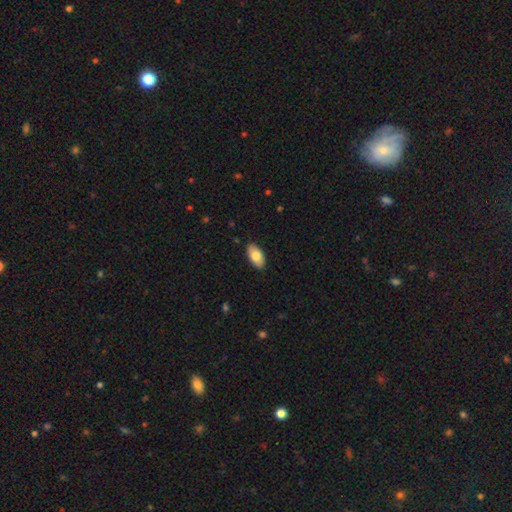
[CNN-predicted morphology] A smooth galaxy with no disk features (81%) that is in between round and cigar-shaped (94%). Merging: none (89%).